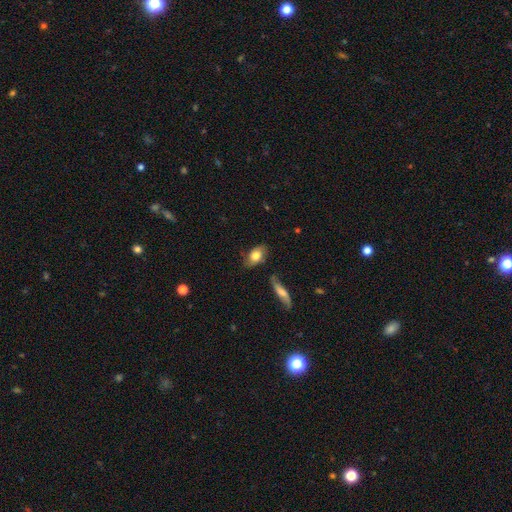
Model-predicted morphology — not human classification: The model was most divided on "smooth or featured": smooth: 69%, featured or disk: 24%, star or artifact: 7%. More confident: how rounded — in between (86%); merging — none (70%).